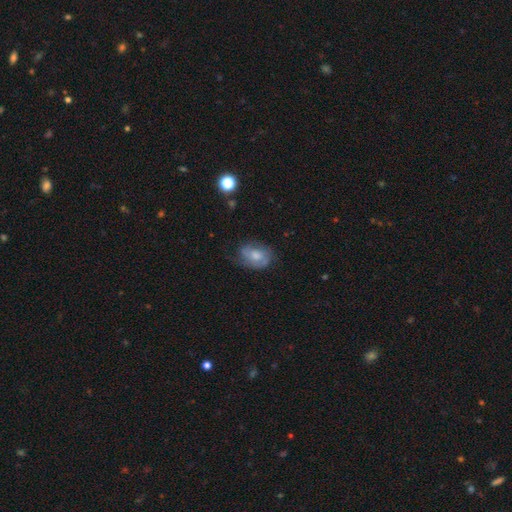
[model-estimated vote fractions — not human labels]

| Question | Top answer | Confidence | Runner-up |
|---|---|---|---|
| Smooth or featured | featured or disk | 47% | smooth (45%) |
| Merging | none | 58% | minor disturbance (28%) |